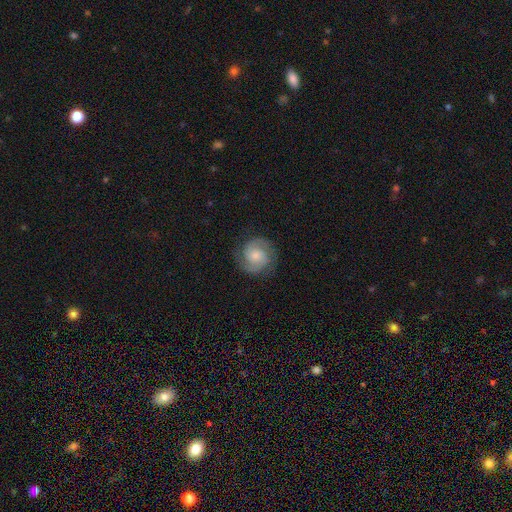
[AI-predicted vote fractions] Smooth or featured? featured or disk (77%)
Edge-on disk? no (98%)
Bar? no (61%)
Spiral arms? yes (97%)
Spiral winding? tight (47%)
Spiral arm count? 2 (90%)
Bulge size? moderate (41%)
Merging? none (83%)